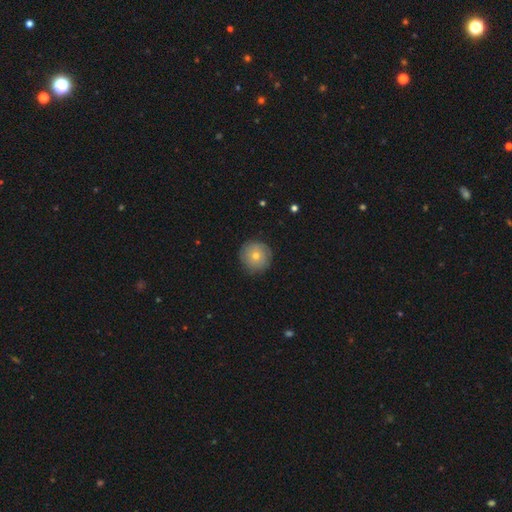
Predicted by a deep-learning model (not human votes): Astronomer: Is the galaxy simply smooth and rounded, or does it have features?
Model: smooth — 65%.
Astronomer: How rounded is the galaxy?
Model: round — 96%.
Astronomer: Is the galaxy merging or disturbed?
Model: none — 89%.